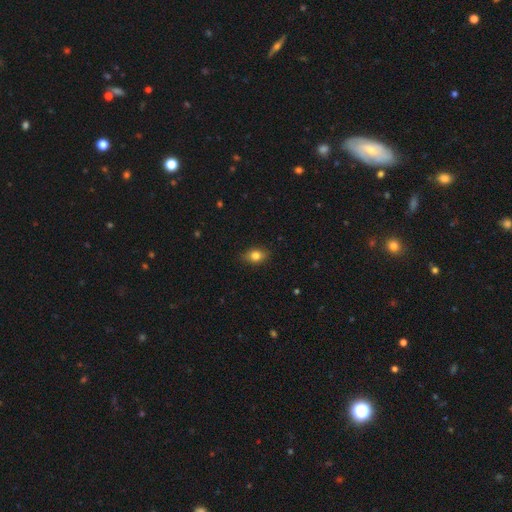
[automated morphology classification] The model was most divided on "how rounded": in between: 72%, round: 25%, cigar-shaped: 3%. More confident: merging — none (84%); smooth or featured — smooth (80%).